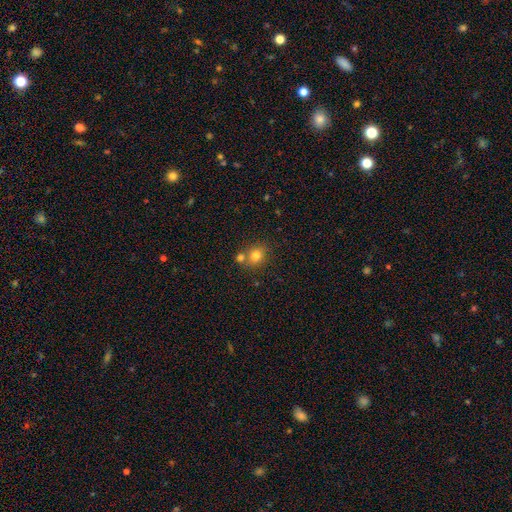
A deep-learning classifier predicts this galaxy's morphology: Smooth or featured: smooth — 79% (star or artifact — 12%)
How rounded: round — 68% (in between — 31%)
Merging: none — 60% (merger — 26%)